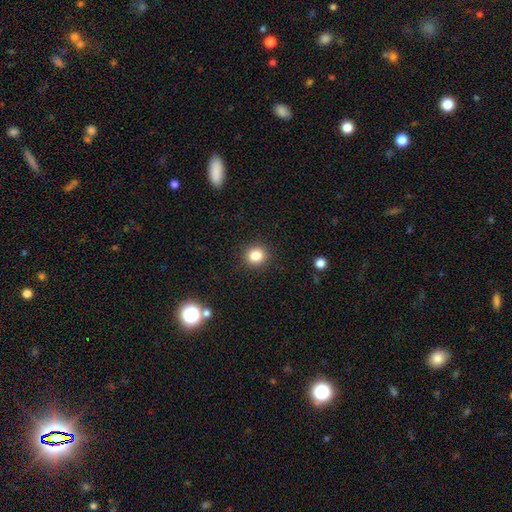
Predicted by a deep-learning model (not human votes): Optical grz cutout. It shows a smooth galaxy with no disk features (83%) that is round (85%). Merging: none (91%).